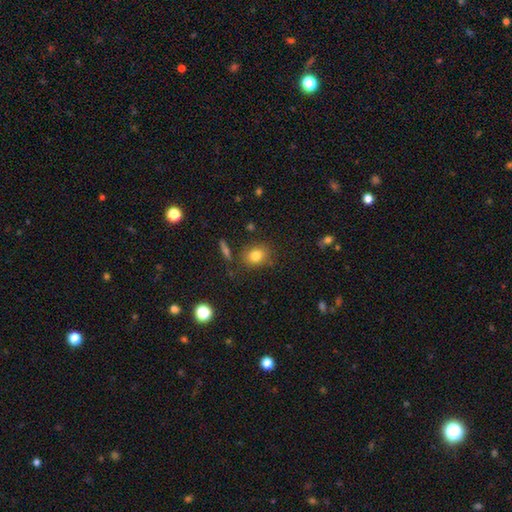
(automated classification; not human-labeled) The model was most divided on "how rounded": round: 55%, in between: 43%, cigar-shaped: 2%. More confident: smooth or featured — smooth (80%); merging — none (79%).